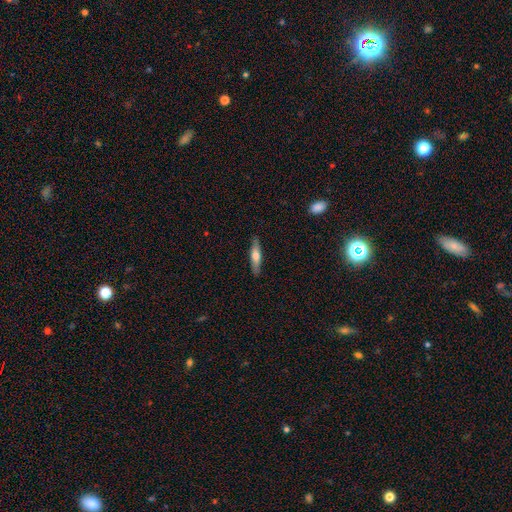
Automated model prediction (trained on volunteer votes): Morphology: type=smooth (55%); roundness=cigar-shaped (77%); merging=none (87%).